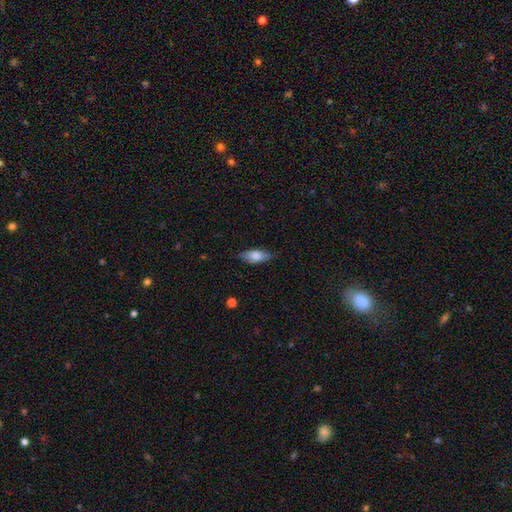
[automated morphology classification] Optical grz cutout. It shows a smooth galaxy with no disk features (76%) that is in between round and cigar-shaped (82%). Merging: none (79%).